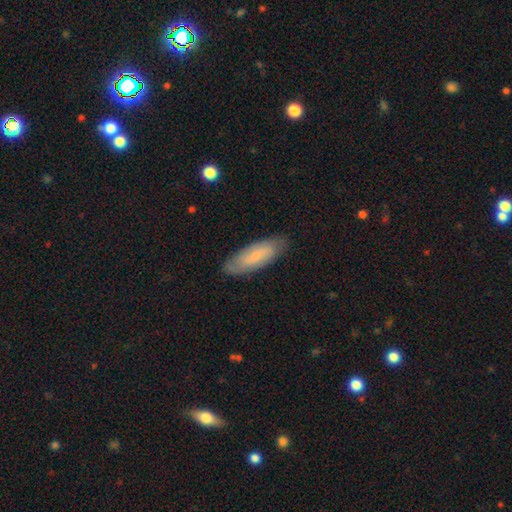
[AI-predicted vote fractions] Smooth or featured: smooth — 61% (featured or disk — 33%)
How rounded: in between — 63% (cigar-shaped — 35%)
Merging: none — 84% (minor disturbance — 13%)